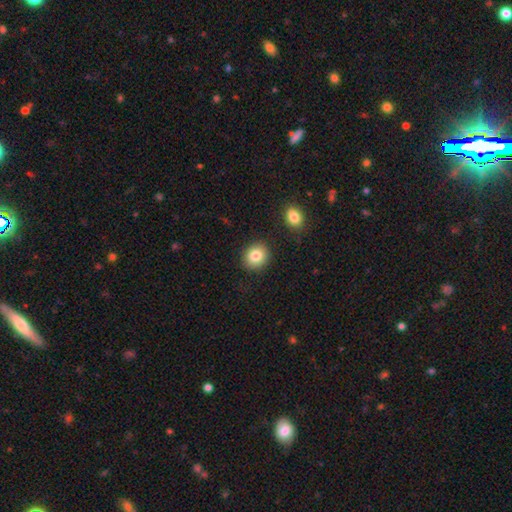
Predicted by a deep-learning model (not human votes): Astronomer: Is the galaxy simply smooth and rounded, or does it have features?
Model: smooth — 83%.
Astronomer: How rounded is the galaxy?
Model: round — 76%.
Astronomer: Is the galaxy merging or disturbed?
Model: none — 87%.